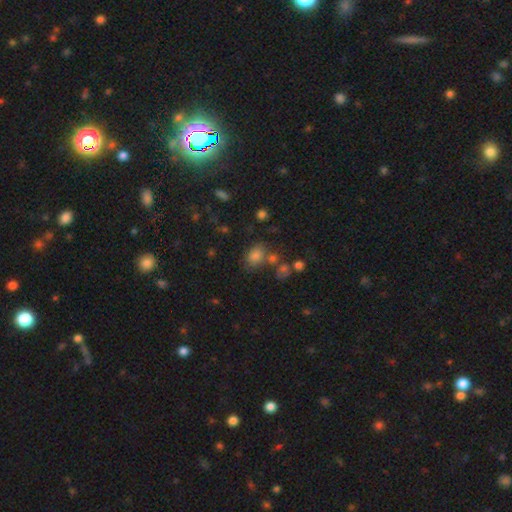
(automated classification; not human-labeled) Morphology: type=smooth (74%); roundness=in between (71%); merging=none (61%).